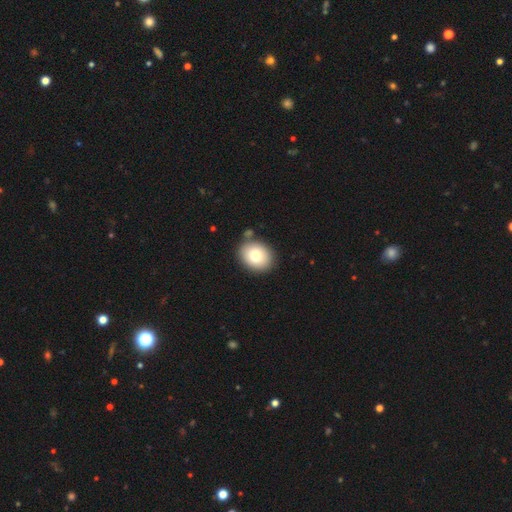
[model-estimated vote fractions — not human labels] Smooth or featured? smooth (77%)
How rounded? round (53%)
Merging? none (81%)